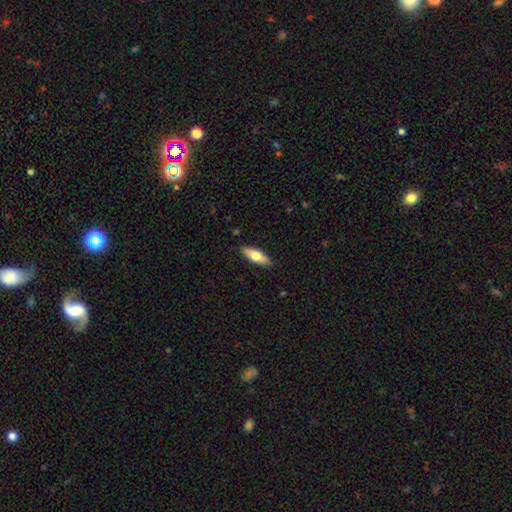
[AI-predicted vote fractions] This appears to be a smooth galaxy with no disk features (66%) that is in between round and cigar-shaped (62%). Merging: none (89%).